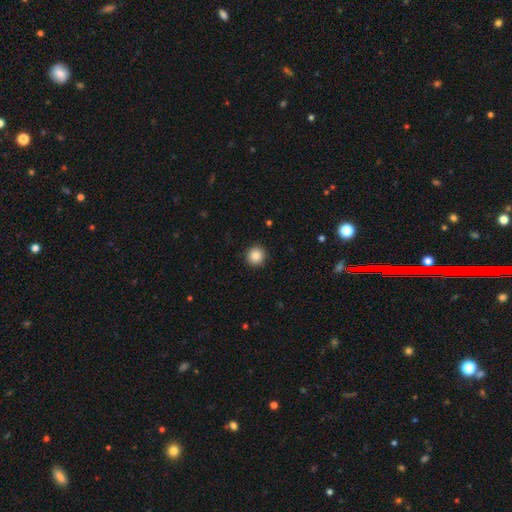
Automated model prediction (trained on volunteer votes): Overall: smooth (86%). How rounded: round (94%). Merging: none (92%).